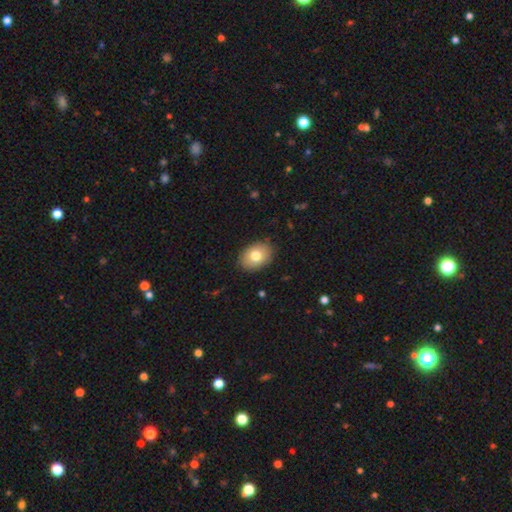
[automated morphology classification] Smooth or featured? Predicted: smooth (p=0.78). How rounded? Predicted: in between (p=0.77). Merging? Predicted: none (p=0.88).